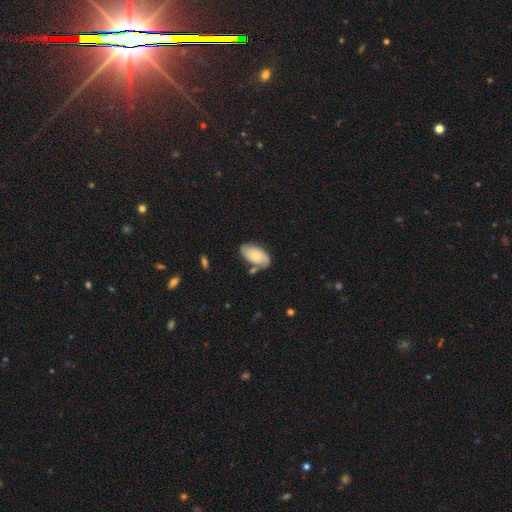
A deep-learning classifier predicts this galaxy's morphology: Smooth or featured? Predicted: smooth (p=0.52). How rounded? Predicted: in between (p=0.94). Merging? Predicted: none (p=0.58).